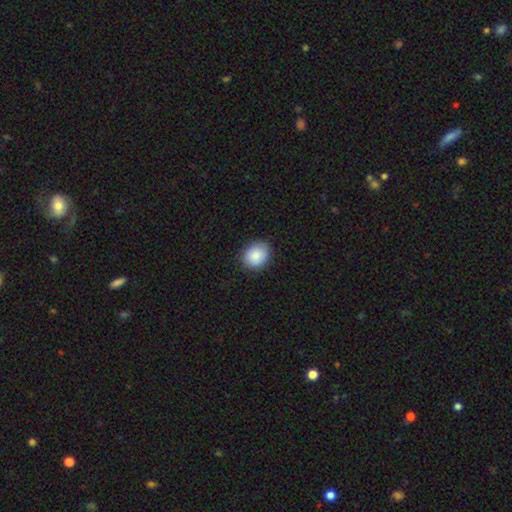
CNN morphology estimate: smooth-or-featured: smooth: 86% | star or artifact: 8% | featured or disk: 6%
  how-rounded: round: 61% | in between: 39% | cigar-shaped: 1%
  merging: none: 86% | minor disturbance: 10% | major disturbance: 2% | merger: 1%